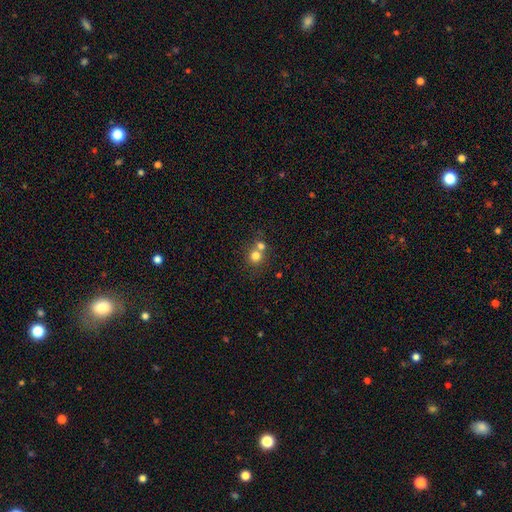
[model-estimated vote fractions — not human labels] Smooth or featured? smooth (77%)
How rounded? round (88%)
Merging? none (47%)